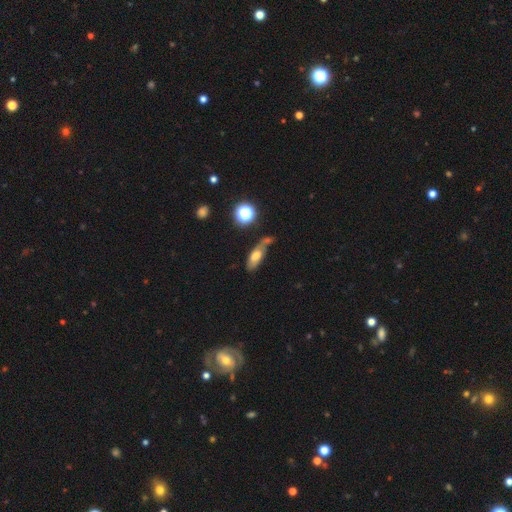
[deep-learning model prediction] A smooth galaxy with no disk features (60%) that is in between round and cigar-shaped (69%).

Vote fractions:
- Smooth or featured? smooth: 60% / featured or disk: 27% / star or artifact: 14%
- How rounded? in between: 69% / cigar-shaped: 23% / round: 8%
- Merging? none: 38% / merger: 24% / minor disturbance: 22% / major disturbance: 16%